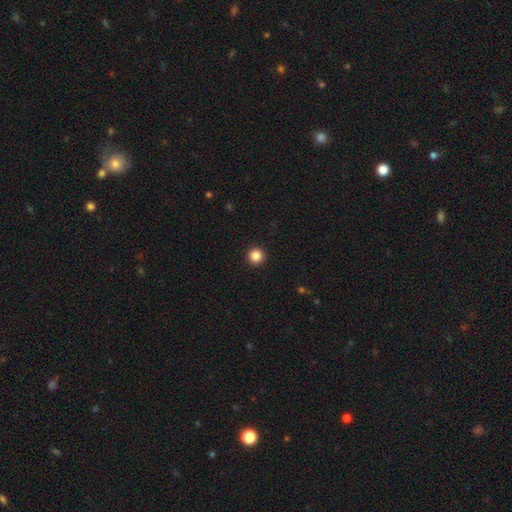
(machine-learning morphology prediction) Smooth or featured?
  - smooth: 86% *
  - star or artifact: 11%
  - featured or disk: 3%
How rounded?
  - round: 96% *
  - in between: 3%
  - cigar-shaped: 1%
Merging?
  - none: 94% *
  - minor disturbance: 4%
  - major disturbance: 1%
  - merger: 1%